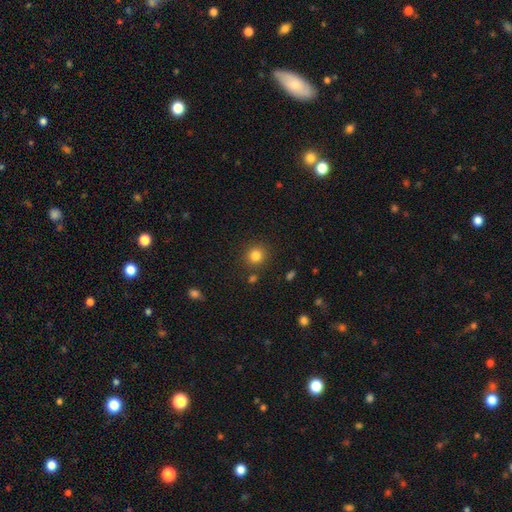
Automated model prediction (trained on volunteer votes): Smooth or featured? smooth (82%)
How rounded? round (88%)
Merging? none (86%)